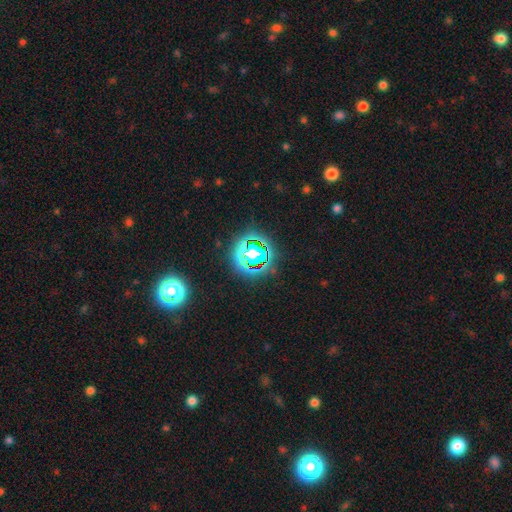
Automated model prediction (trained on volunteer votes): Smooth or featured? Predicted: star or artifact (p=0.79).